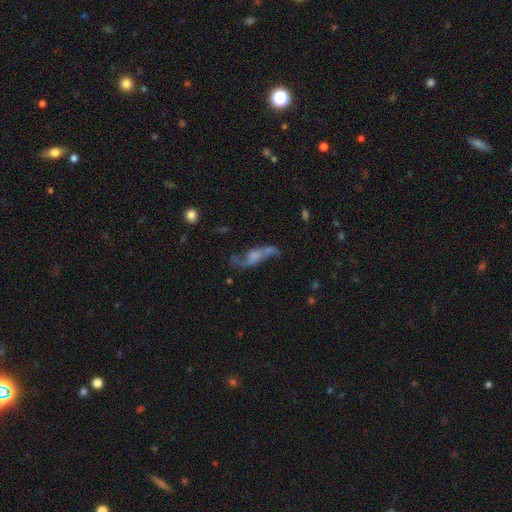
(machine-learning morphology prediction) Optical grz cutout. It shows a featured or disk galaxy (68%) with no bar (63%), spiral arms (81%) and no central bulge (34%). Merging: none (50%).